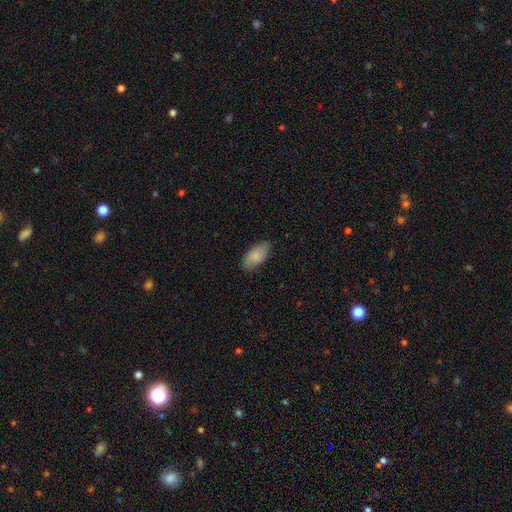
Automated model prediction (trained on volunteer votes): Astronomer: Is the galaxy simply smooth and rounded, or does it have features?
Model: smooth — 81%.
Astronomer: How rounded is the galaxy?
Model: in between — 93%.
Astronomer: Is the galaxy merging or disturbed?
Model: none — 82%.